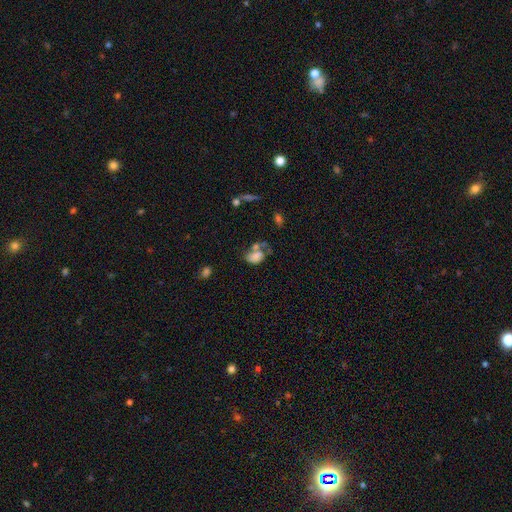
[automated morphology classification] A smooth galaxy with no disk features (72%) that is in between round and cigar-shaped (83%).

Vote fractions:
- Smooth or featured? smooth: 72% / featured or disk: 17% / star or artifact: 11%
- How rounded? in between: 83% / round: 15% / cigar-shaped: 2%
- Merging? merger: 31% / none: 28% / major disturbance: 22% / minor disturbance: 18%